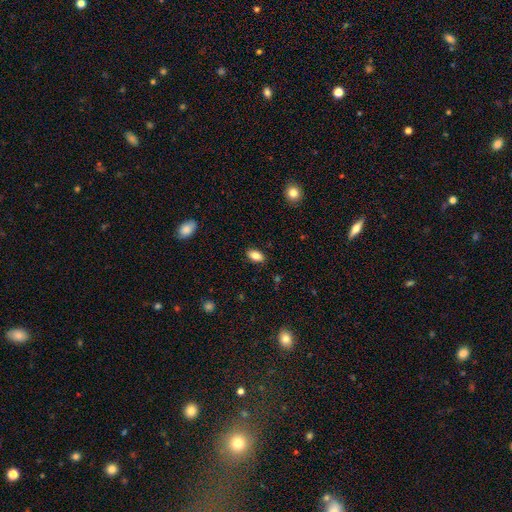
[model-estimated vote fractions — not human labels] Smooth or featured: smooth — 87% (star or artifact — 8%)
How rounded: in between — 91% (round — 6%)
Merging: none — 87% (minor disturbance — 9%)